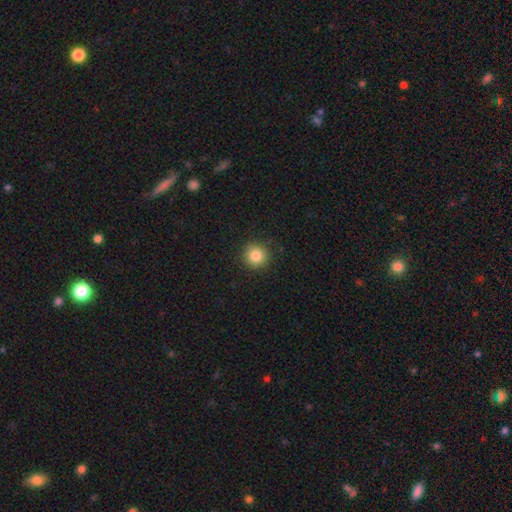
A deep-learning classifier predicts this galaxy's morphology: Smooth or featured: smooth — 85% (star or artifact — 10%)
How rounded: round — 94% (in between — 5%)
Merging: none — 90% (minor disturbance — 7%)